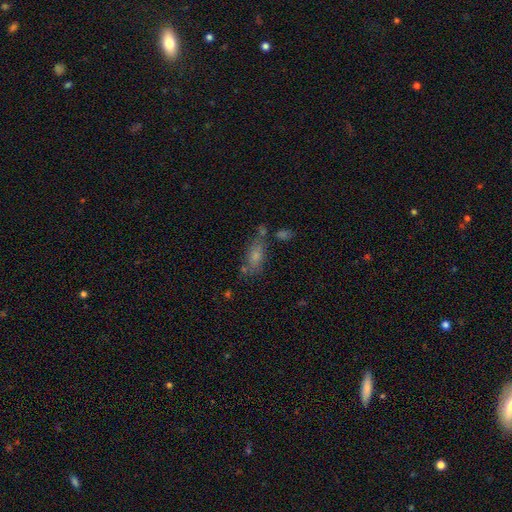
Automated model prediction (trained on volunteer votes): A smooth galaxy with no disk features (67%) that is in between round and cigar-shaped (73%).

Vote fractions:
- Smooth or featured? smooth: 67% / featured or disk: 21% / star or artifact: 13%
- How rounded? in between: 73% / cigar-shaped: 22% / round: 5%
- Merging? none: 52% / merger: 21% / minor disturbance: 18% / major disturbance: 8%